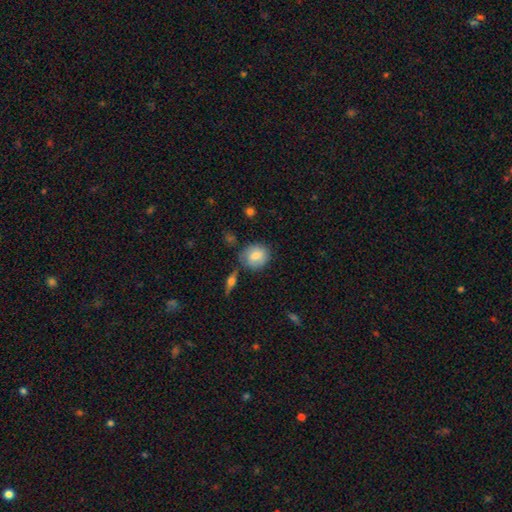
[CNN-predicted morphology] Smooth or featured: smooth — 78% (featured or disk — 15%)
How rounded: round — 74% (in between — 25%)
Merging: none — 71% (minor disturbance — 18%)